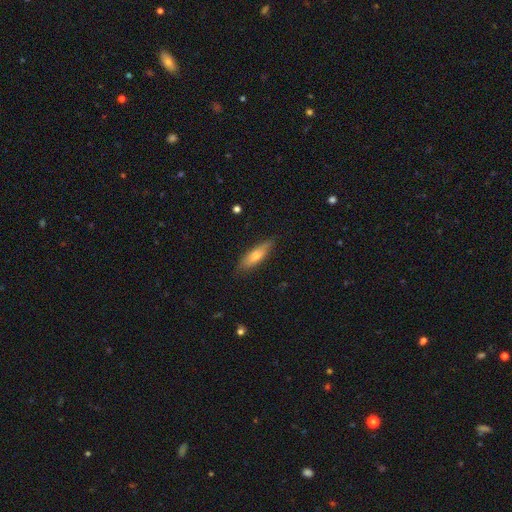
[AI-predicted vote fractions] Q: Smooth or featured?
A: smooth (64%); runner-up: featured or disk (29%)
Q: How rounded?
A: cigar-shaped (62%); runner-up: in between (36%)
Q: Merging?
A: none (82%); runner-up: minor disturbance (14%)